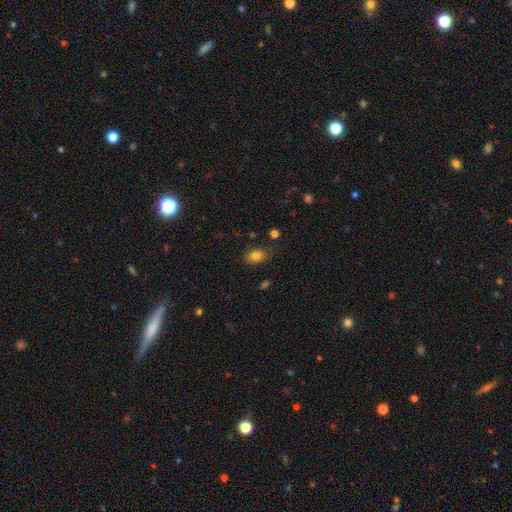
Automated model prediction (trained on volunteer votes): This appears to be a smooth galaxy with no disk features (82%) that is in between round and cigar-shaped (76%). Merging: none (72%).